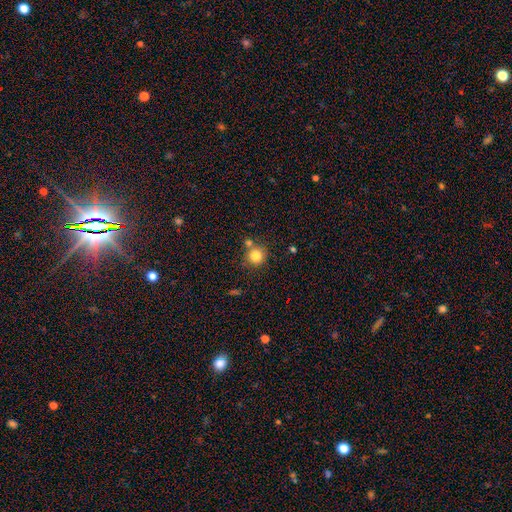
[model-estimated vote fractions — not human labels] smooth_or_featured: smooth (p=0.82) [alt: star or artifact p=0.11]
how_rounded: round (p=0.91) [alt: in between p=0.08]
merging: none (p=0.67) [alt: merger p=0.20]